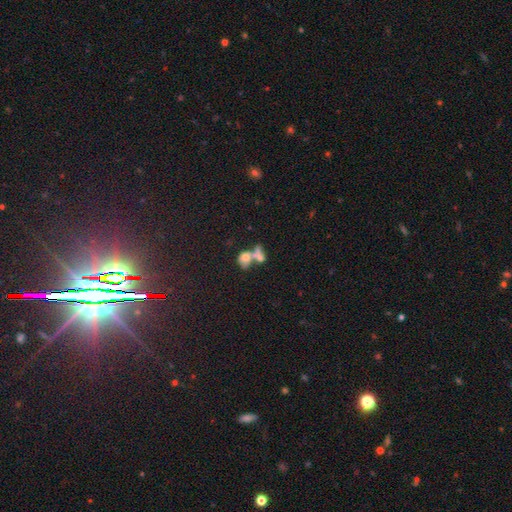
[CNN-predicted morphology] type=smooth (63%); roundness=in between (61%); merging=merger (64%).